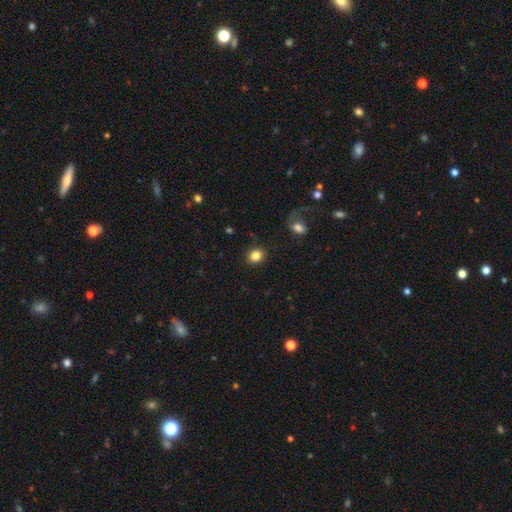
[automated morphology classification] Smooth or featured?
  - smooth: 84% *
  - star or artifact: 10%
  - featured or disk: 6%
How rounded?
  - round: 68% *
  - in between: 31%
  - cigar-shaped: 1%
Merging?
  - none: 89% *
  - minor disturbance: 7%
  - major disturbance: 2%
  - merger: 1%